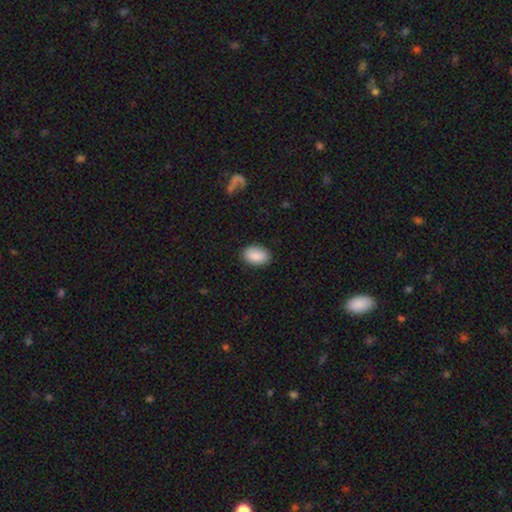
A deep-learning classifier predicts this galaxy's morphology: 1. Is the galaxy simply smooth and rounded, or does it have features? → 90% smooth, 6% star or artifact, 4% featured or disk.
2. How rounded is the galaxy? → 92% in between, 7% round, 1% cigar-shaped.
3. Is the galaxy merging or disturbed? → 87% none, 10% minor disturbance, 2% major disturbance, 1% merger.